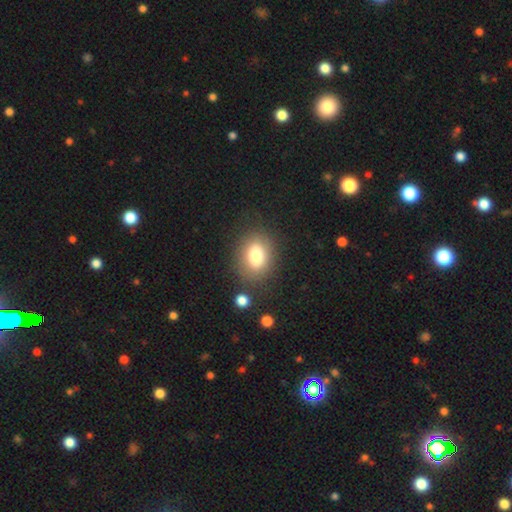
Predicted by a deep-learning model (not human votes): The model was most divided on "how rounded": in between: 66%, round: 32%, cigar-shaped: 1%. More confident: merging — none (80%); smooth or featured — smooth (80%).